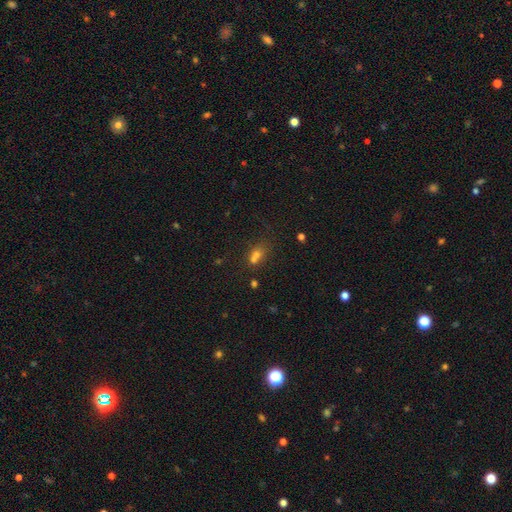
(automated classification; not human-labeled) smooth 58%, star or artifact 26%, featured or disk 16%. Down the decision tree: how rounded — round (54%); merging — merger (45%).